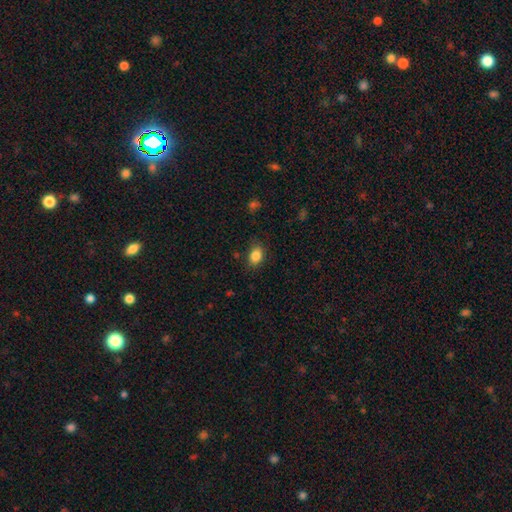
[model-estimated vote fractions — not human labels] A smooth galaxy with no disk features (85%) that is in between round and cigar-shaped (73%).

Vote fractions:
- Smooth or featured? smooth: 85% / star or artifact: 9% / featured or disk: 5%
- How rounded? in between: 73% / round: 26% / cigar-shaped: 1%
- Merging? none: 79% / minor disturbance: 16% / major disturbance: 4% / merger: 1%